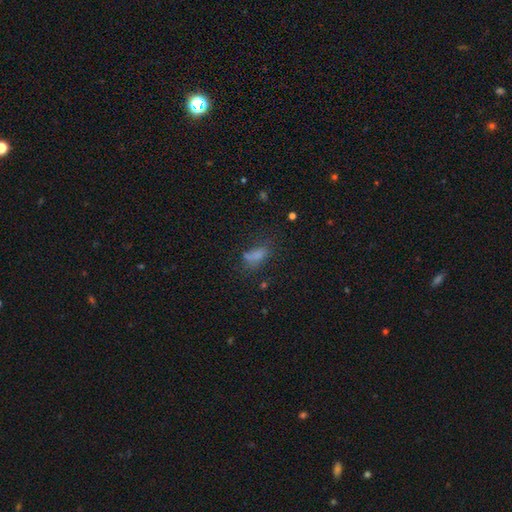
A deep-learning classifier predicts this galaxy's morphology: Smooth or featured: smooth — 69% (star or artifact — 17%)
How rounded: in between — 79% (cigar-shaped — 15%)
Merging: none — 45% (minor disturbance — 25%)